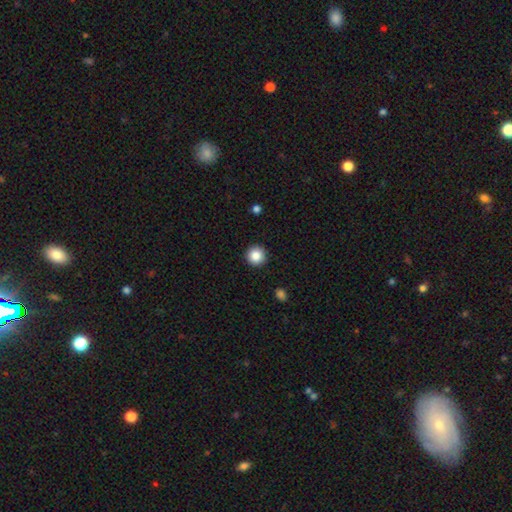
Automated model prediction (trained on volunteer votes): Smooth or featured? Predicted: smooth (p=0.86). How rounded? Predicted: round (p=0.96). Merging? Predicted: none (p=0.92).